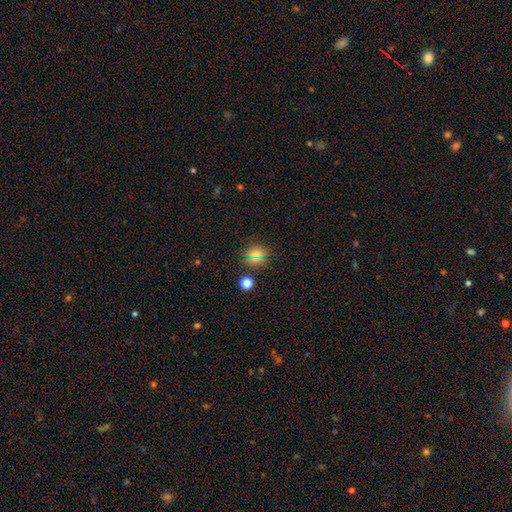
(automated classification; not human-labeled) Smooth or featured: smooth — 64% (star or artifact — 28%)
How rounded: round — 80% (in between — 18%)
Merging: none — 86% (minor disturbance — 8%)